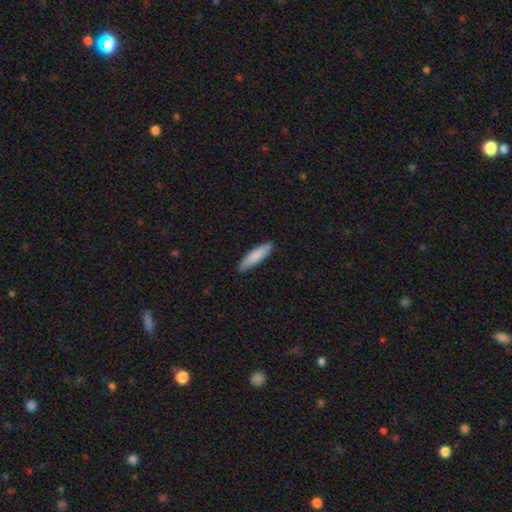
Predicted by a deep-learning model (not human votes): Smooth or featured: smooth — 85% (featured or disk — 10%)
How rounded: cigar-shaped — 74% (in between — 24%)
Merging: none — 86% (minor disturbance — 11%)